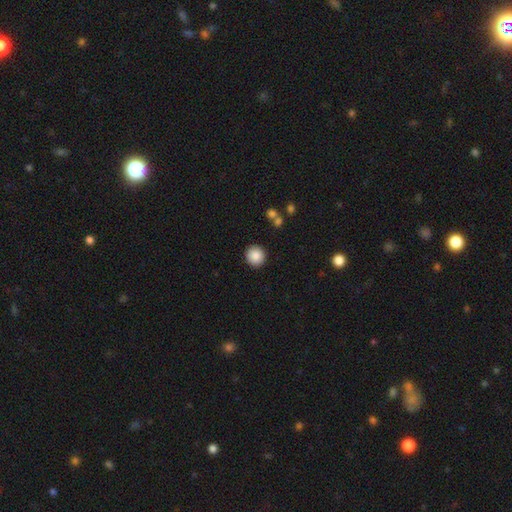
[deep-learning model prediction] Smooth or featured? smooth (87%)
How rounded? round (94%)
Merging? none (92%)